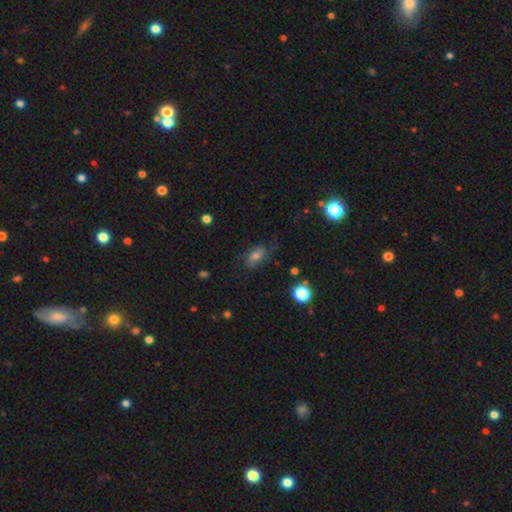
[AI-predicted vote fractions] Smooth or featured?
  - featured or disk: 45% *
  - smooth: 38%
  - star or artifact: 18%
Merging?
  - none: 64% *
  - minor disturbance: 21%
  - major disturbance: 13%
  - merger: 2%